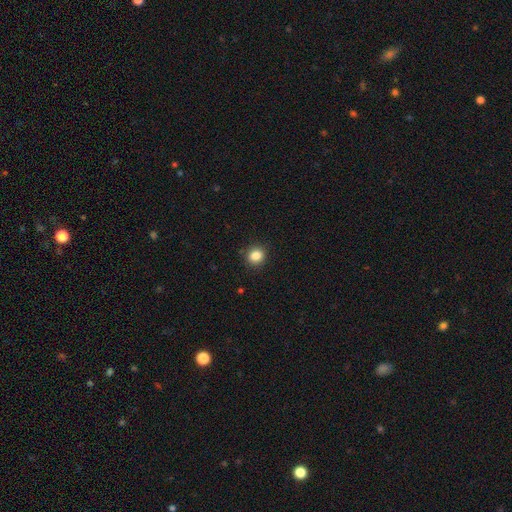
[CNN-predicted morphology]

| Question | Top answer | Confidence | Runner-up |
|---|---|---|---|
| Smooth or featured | smooth | 85% | star or artifact (11%) |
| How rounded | round | 81% | in between (18%) |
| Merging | none | 89% | minor disturbance (7%) |